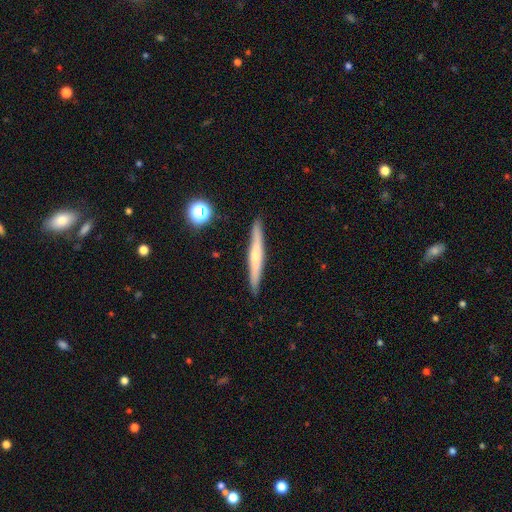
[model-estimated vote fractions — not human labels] This appears to be a featured or disk galaxy (49%). Merging: none (90%).